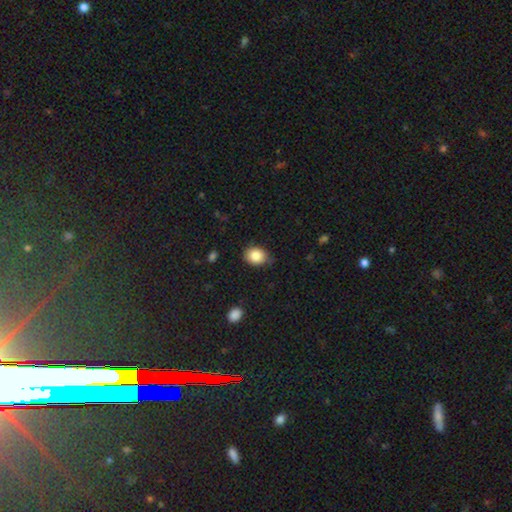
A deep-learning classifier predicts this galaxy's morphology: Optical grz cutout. It shows a smooth galaxy with no disk features (85%) that is round (52%). Merging: none (74%).